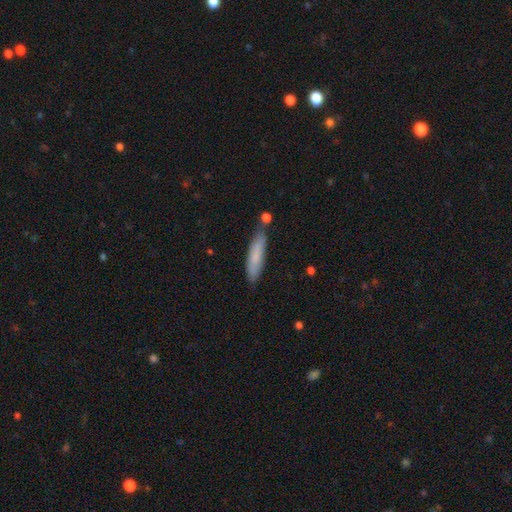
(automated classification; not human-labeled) smooth_or_featured: smooth (p=0.75) [alt: featured or disk p=0.19]
how_rounded: cigar-shaped (p=0.78) [alt: in between p=0.20]
merging: none (p=0.74) [alt: minor disturbance p=0.16]